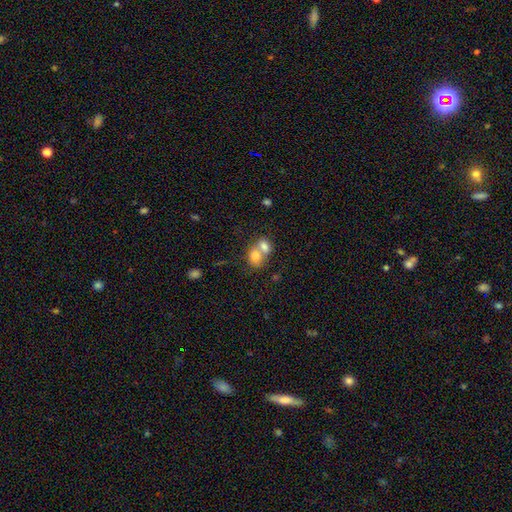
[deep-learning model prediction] This is likely a smooth galaxy (76%). How rounded: likely in between (61%). Merging: likely merger (70%).